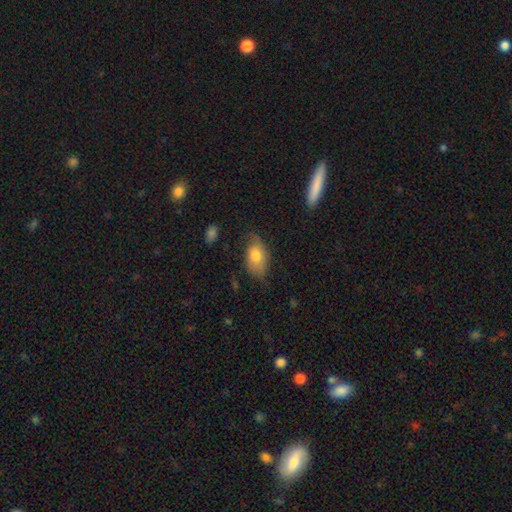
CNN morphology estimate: smooth 69%, featured or disk 24%, star or artifact 7%. Down the decision tree: how rounded — in between (88%); merging — none (54%).